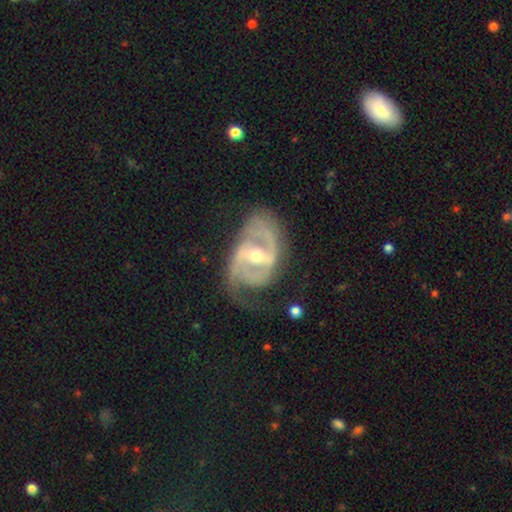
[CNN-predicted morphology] Q: Smooth or featured?
A: featured or disk (88%); runner-up: smooth (7%)
Q: Edge-on disk?
A: no (96%); runner-up: yes (4%)
Q: Bar?
A: strong (49%); runner-up: weak (37%)
Q: Spiral arms?
A: yes (92%); runner-up: no (8%)
Q: Spiral winding?
A: medium (51%); runner-up: tight (28%)
Q: Spiral arm count?
A: 2 (76%); runner-up: can't tell (9%)
Q: Bulge size?
A: moderate (51%); runner-up: small (46%)
Q: Merging?
A: none (58%); runner-up: minor disturbance (23%)